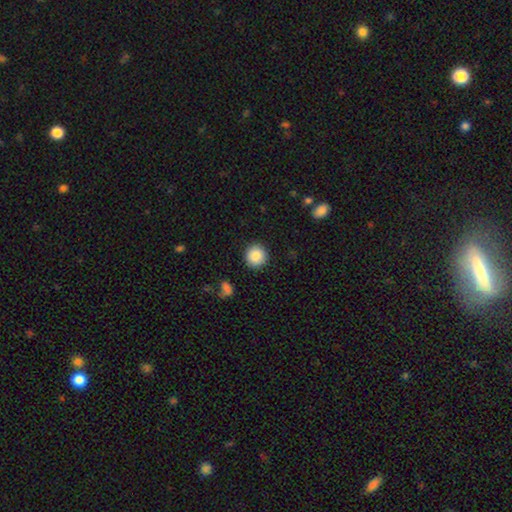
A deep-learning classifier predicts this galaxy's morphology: This appears to be a smooth galaxy with no disk features (88%) that is round (92%). Merging: none (91%).